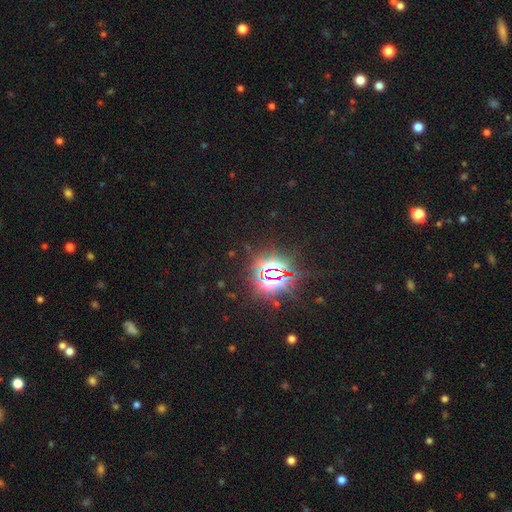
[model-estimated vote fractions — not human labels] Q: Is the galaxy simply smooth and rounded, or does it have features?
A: star or artifact — 85%.